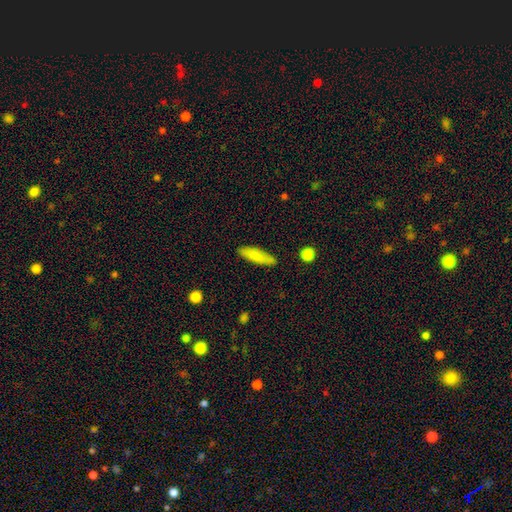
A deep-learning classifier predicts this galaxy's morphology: A smooth galaxy with no disk features (79%) that is cigar-shaped (61%). Merging: none (83%).